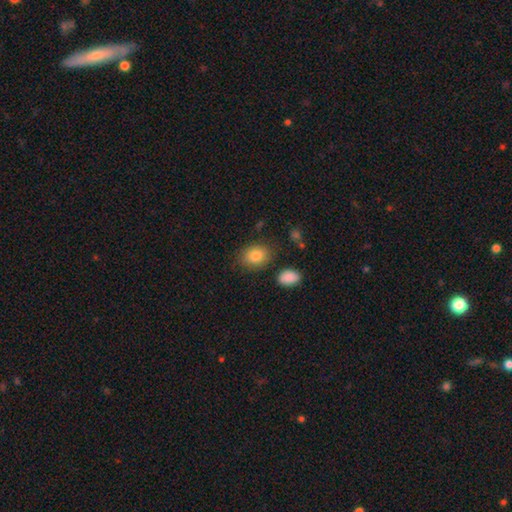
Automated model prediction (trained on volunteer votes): Q: Smooth or featured?
A: smooth (84%); runner-up: star or artifact (8%)
Q: How rounded?
A: in between (69%); runner-up: round (30%)
Q: Merging?
A: none (80%); runner-up: minor disturbance (13%)